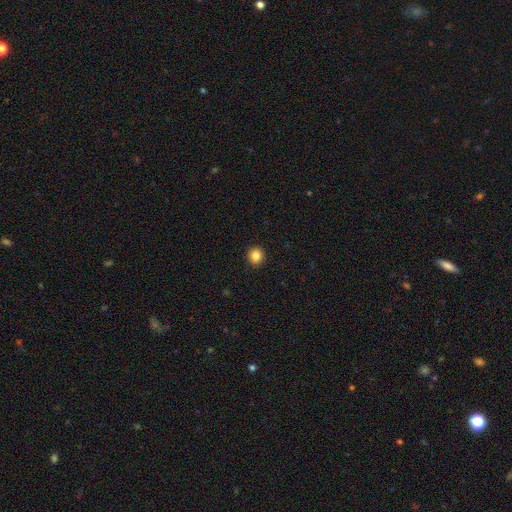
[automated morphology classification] type=smooth (85%); roundness=round (85%); merging=none (92%).